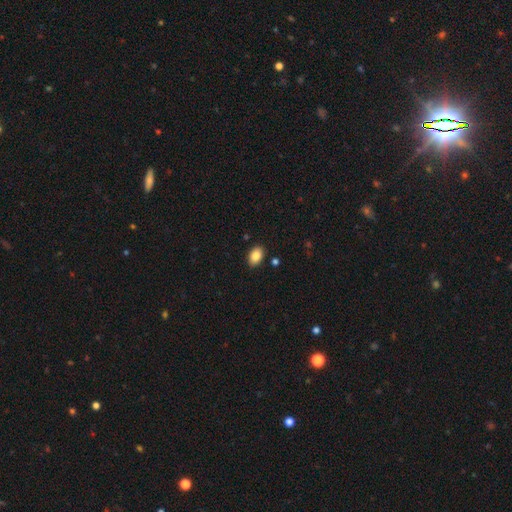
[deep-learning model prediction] Overall: smooth (87%). How rounded: in between (88%). Merging: none (88%).